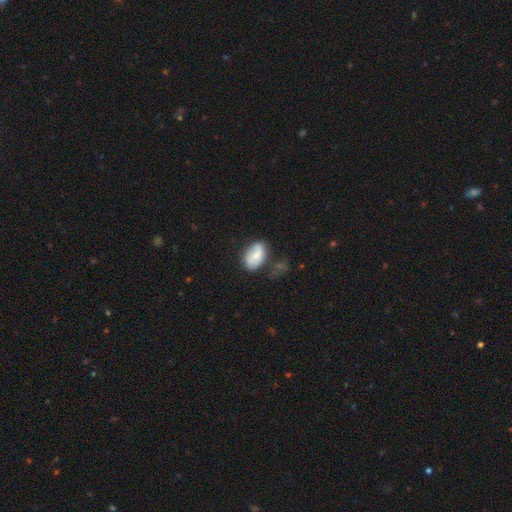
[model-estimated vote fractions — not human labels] smooth 67%, featured or disk 26%, star or artifact 7%. Down the decision tree: how rounded — in between (90%); merging — none (57%).